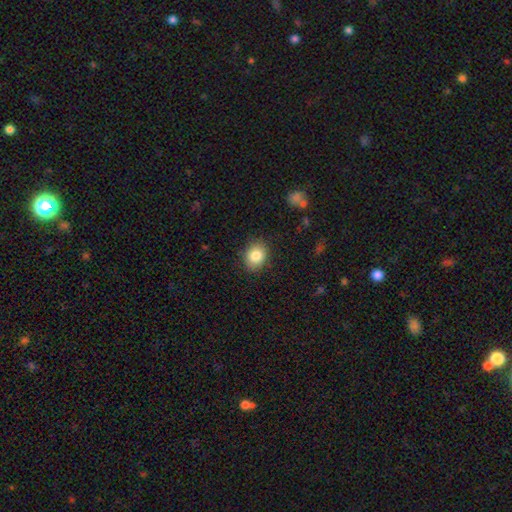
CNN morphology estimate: A smooth galaxy with no disk features (84%) that is in between round and cigar-shaped (52%). Merging: none (86%).